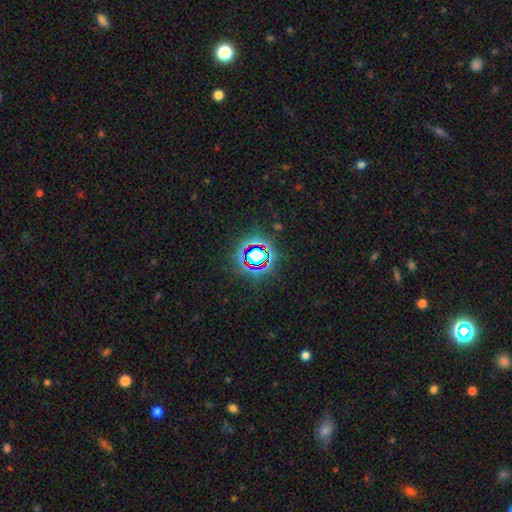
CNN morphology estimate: smooth_or_featured: star or artifact (p=0.72) [alt: smooth p=0.18]